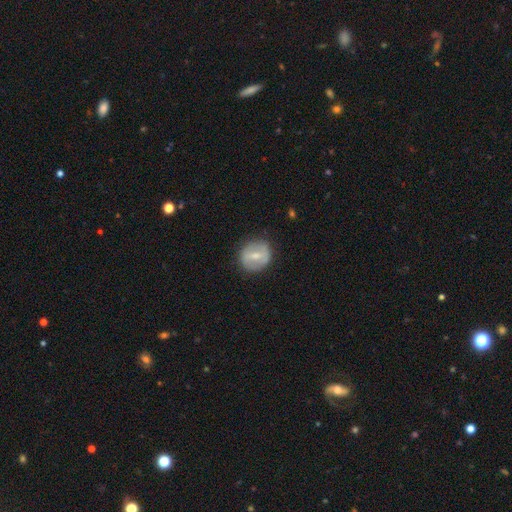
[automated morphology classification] This is possibly a featured or disk galaxy (54%). It is clearly not viewed edge-on (94%). Bar: possibly strong (47%). Spiral arm pattern: likely no (66%). Central bulge: possibly small (46%, tied with moderate). Merging: clearly none (82%).